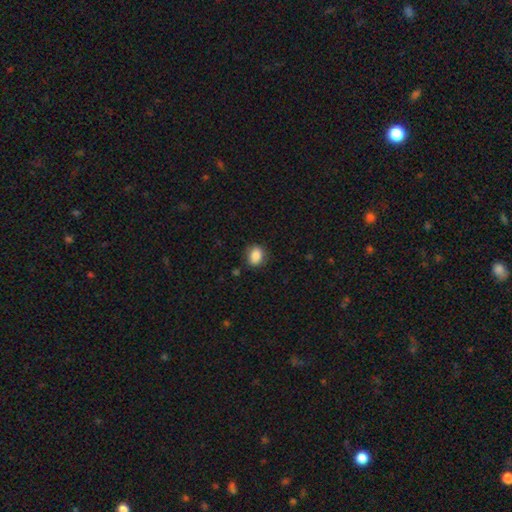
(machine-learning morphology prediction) A smooth galaxy with no disk features (87%) that is in between round and cigar-shaped (51%). Merging: none (82%).